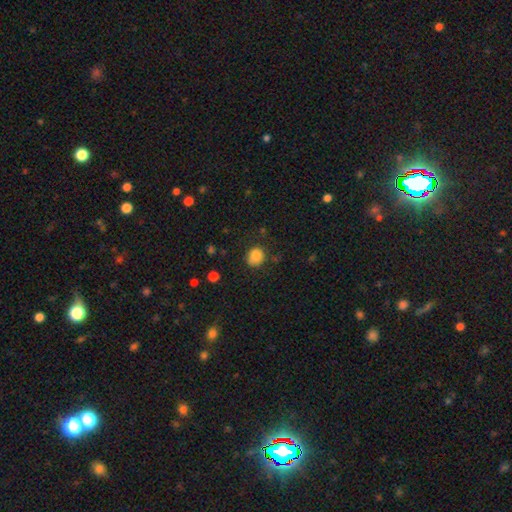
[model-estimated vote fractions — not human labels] Overall: smooth (85%). How rounded: round (71%). Merging: none (77%).